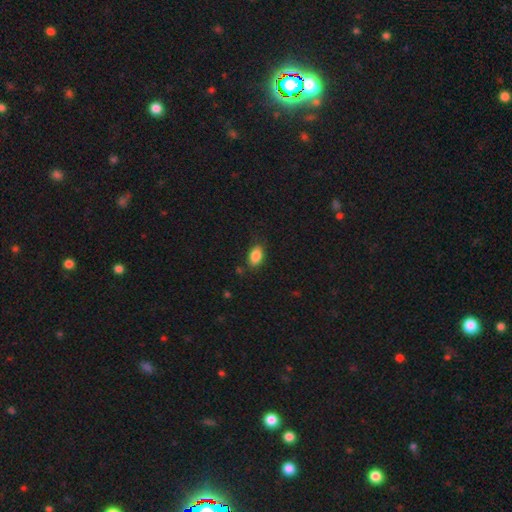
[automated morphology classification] This appears to be a smooth galaxy with no disk features (87%) that is in between round and cigar-shaped (91%). Merging: none (80%).